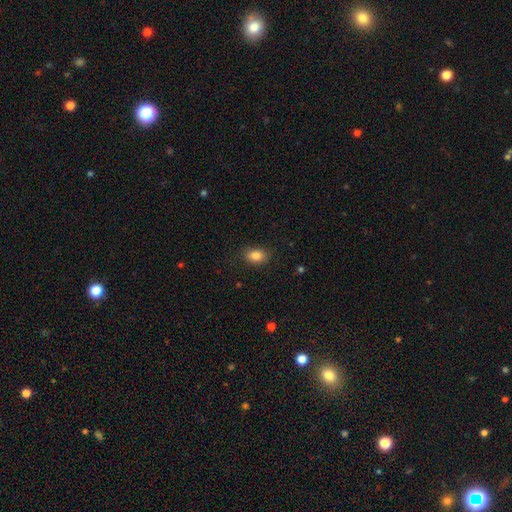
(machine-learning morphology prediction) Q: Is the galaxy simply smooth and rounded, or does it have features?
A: smooth — 85%.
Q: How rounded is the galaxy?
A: in between — 75%.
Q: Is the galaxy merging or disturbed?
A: none — 85%.